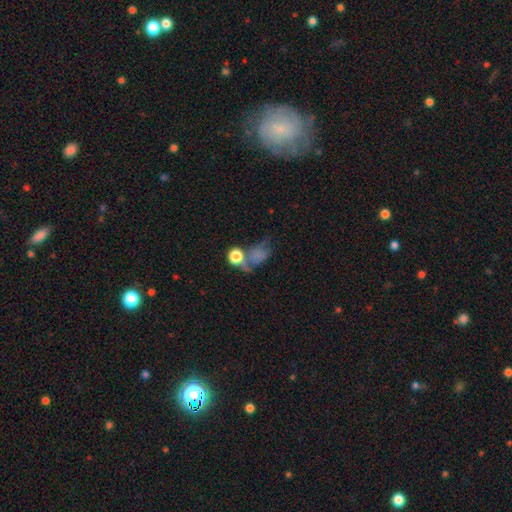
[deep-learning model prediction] Overall: smooth (55%; star or artifact 23%). How rounded: in between (52%; round 45%). Merging: none (34%; major disturbance 26%).